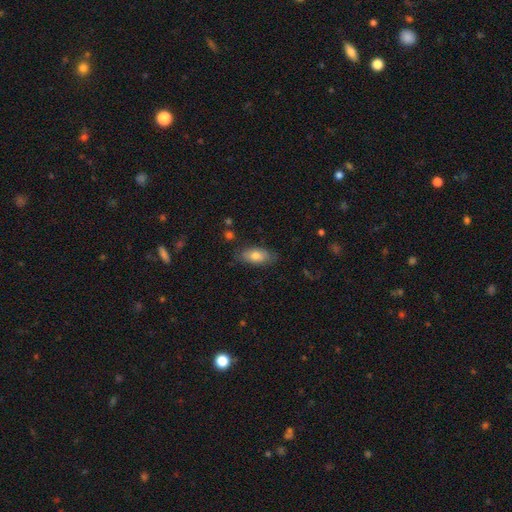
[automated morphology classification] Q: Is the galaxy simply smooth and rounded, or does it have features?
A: smooth — 74%.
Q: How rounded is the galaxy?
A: in between — 89%.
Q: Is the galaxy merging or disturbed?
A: none — 78%.